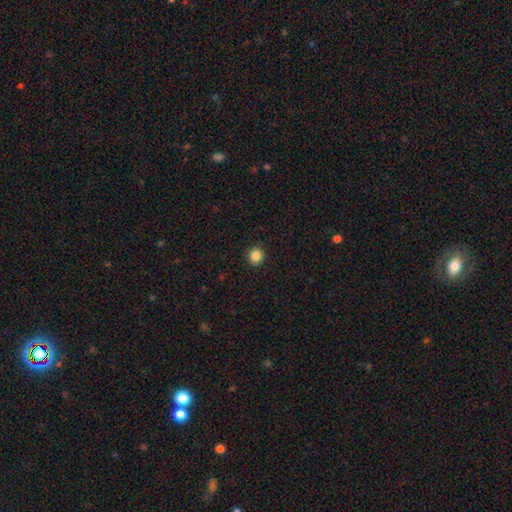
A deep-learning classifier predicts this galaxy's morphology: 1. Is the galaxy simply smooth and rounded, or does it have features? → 85% smooth, 11% star or artifact, 4% featured or disk.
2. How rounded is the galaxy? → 90% round, 9% in between, 1% cigar-shaped.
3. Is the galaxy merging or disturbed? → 92% none, 5% minor disturbance, 2% major disturbance, 1% merger.